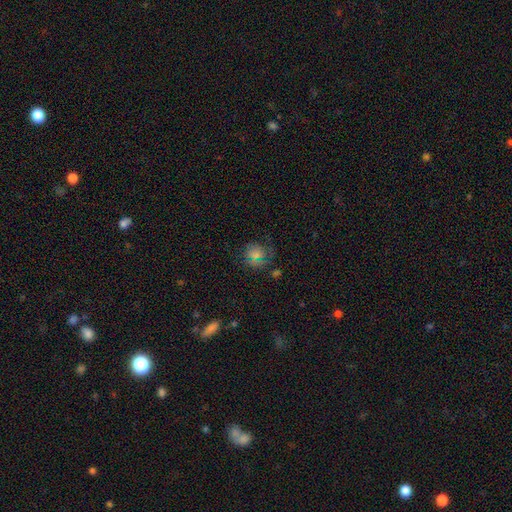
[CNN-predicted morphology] This appears to be a smooth galaxy with no disk features (60%) that is round (82%). Merging: none (68%).